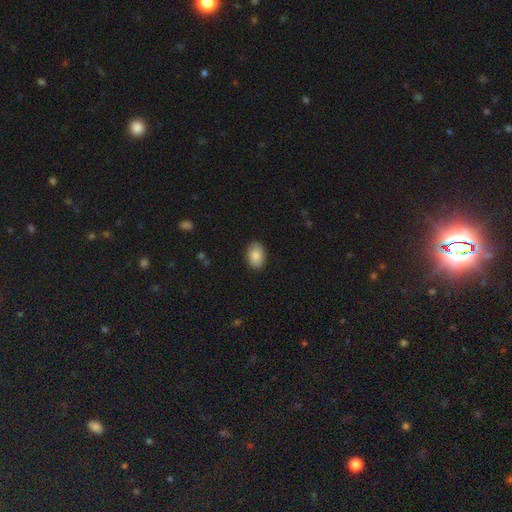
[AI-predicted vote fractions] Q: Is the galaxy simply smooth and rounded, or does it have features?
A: smooth — 87%.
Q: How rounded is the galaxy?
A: in between — 87%.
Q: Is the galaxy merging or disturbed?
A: none — 88%.